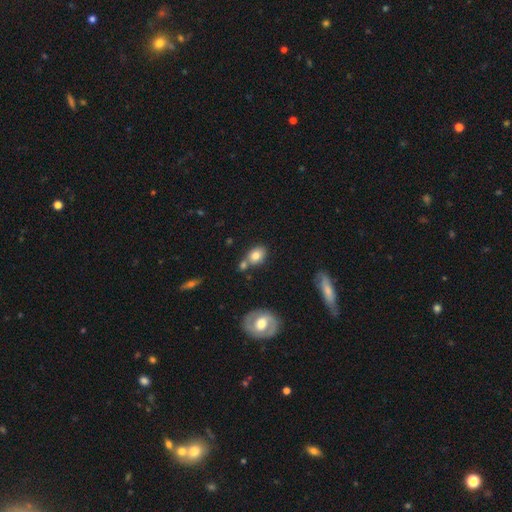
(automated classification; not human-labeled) Morphology: type=smooth (78%); roundness=in between (65%); merging=none (59%).